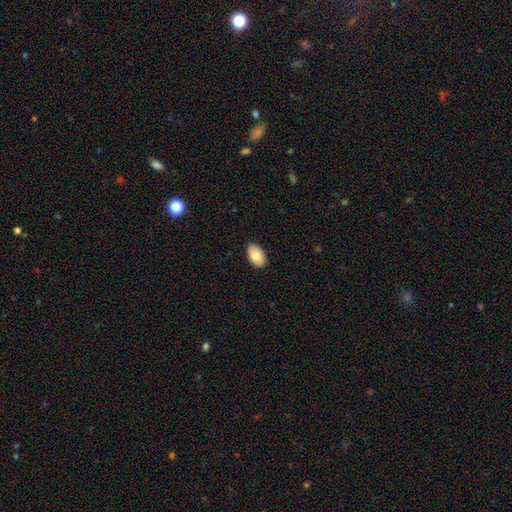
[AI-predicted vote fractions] Overall: smooth (79%). How rounded: in between (93%). Merging: none (87%).